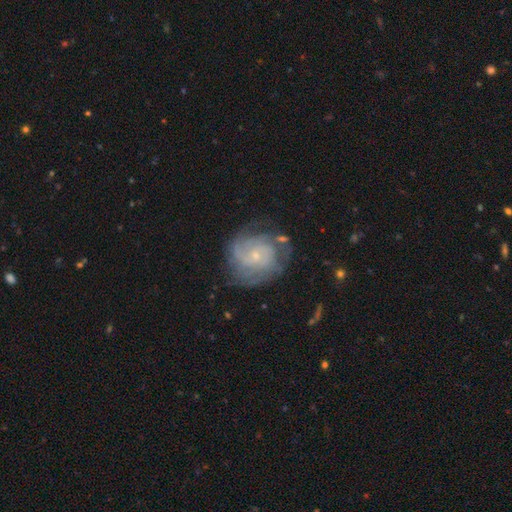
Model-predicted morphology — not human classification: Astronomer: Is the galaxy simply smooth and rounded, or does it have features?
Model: featured or disk — 81%.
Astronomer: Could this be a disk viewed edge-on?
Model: no — 98%.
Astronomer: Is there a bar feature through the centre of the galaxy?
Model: no — 71%.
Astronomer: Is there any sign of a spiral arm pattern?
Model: yes — 94%.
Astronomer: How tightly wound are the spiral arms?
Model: tight — 57% (runner-up: medium, 33%).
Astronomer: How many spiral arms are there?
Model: can't tell — 30% (runner-up: 2, 24%).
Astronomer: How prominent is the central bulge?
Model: small — 78%.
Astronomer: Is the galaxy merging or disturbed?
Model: none — 66%.